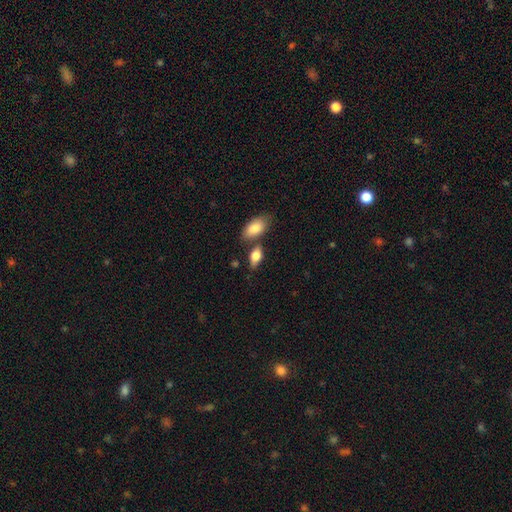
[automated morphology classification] Overall: smooth (79%). How rounded: in between (86%). Merging: none (61%; merger 21%).